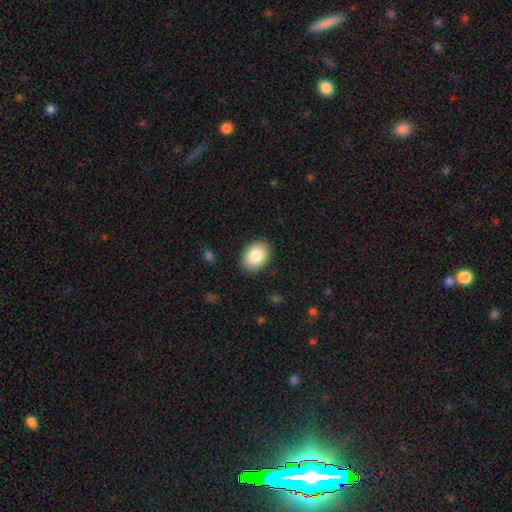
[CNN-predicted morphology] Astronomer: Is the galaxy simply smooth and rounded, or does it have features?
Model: smooth — 86%.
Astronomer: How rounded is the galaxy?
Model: in between — 78%.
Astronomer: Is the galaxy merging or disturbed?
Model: none — 88%.